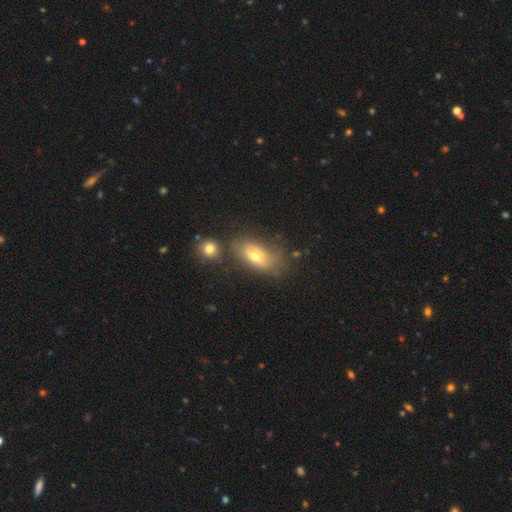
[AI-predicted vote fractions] Overall: smooth (65%; featured or disk 25%). How rounded: in between (84%). Merging: none (59%; minor disturbance 20%).